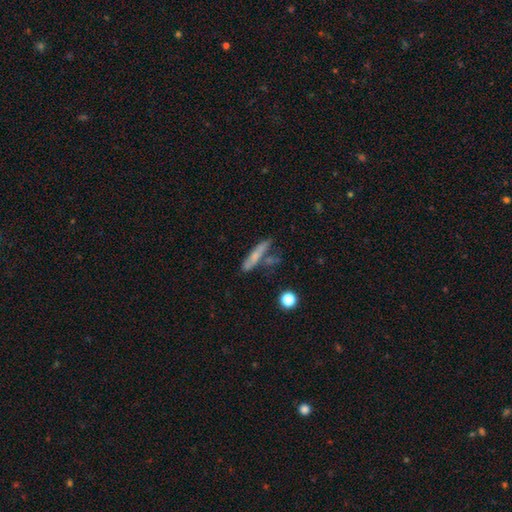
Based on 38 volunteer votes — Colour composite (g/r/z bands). It shows a smooth galaxy with no disk features (66%) that is cigar-shaped (92%). Merging: none (53%).